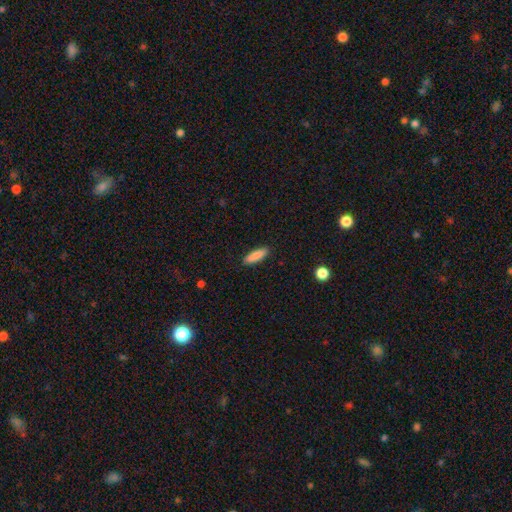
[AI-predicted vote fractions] Smooth or featured: smooth — 87% (featured or disk — 7%)
How rounded: cigar-shaped — 64% (in between — 34%)
Merging: none — 89% (minor disturbance — 8%)